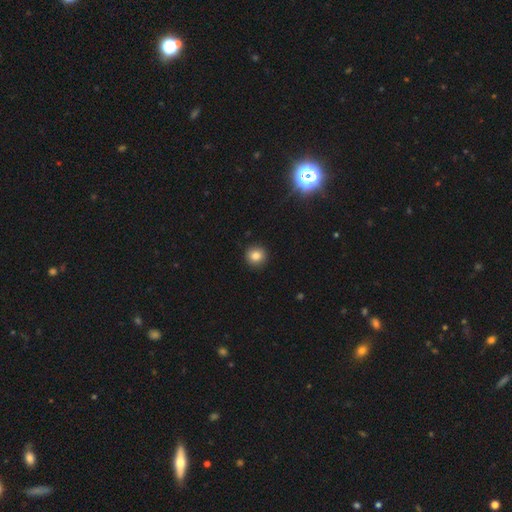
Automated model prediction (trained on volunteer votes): A smooth galaxy with no disk features (83%) that is round (93%).

Vote fractions:
- Smooth or featured? smooth: 83% / star or artifact: 11% / featured or disk: 6%
- How rounded? round: 93% / in between: 6% / cigar-shaped: 1%
- Merging? none: 92% / minor disturbance: 5% / major disturbance: 2% / merger: 1%